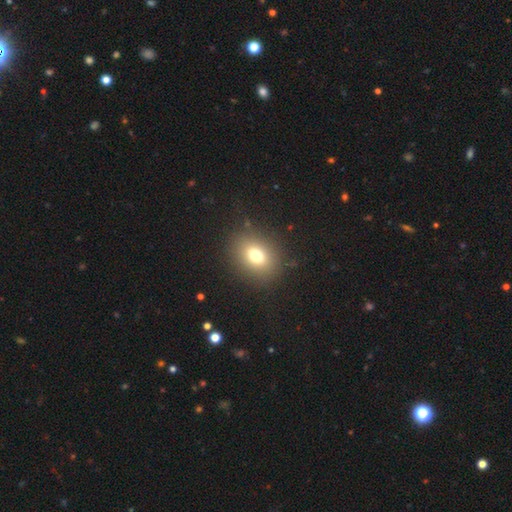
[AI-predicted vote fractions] smooth-or-featured: smooth: 74% | star or artifact: 14% | featured or disk: 12%
  how-rounded: in between: 54% | round: 44% | cigar-shaped: 1%
  merging: none: 86% | minor disturbance: 8% | major disturbance: 4% | merger: 1%